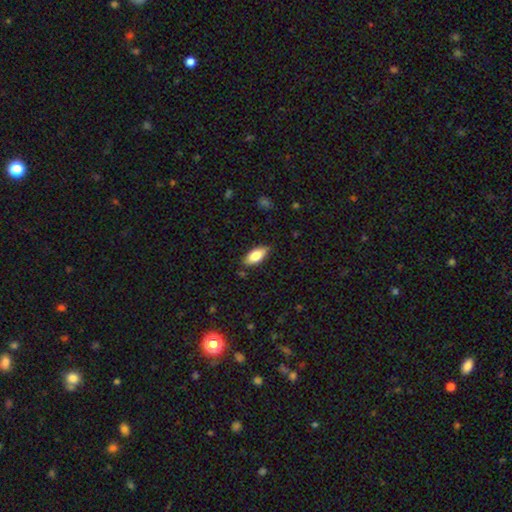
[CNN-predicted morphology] smooth 75%, featured or disk 18%, star or artifact 7%. Down the decision tree: how rounded — in between (82%); merging — none (84%).